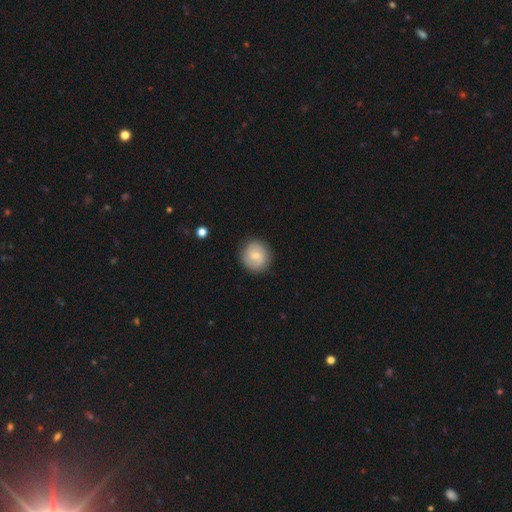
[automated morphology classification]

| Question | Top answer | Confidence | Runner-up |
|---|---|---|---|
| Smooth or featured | smooth | 52% | featured or disk (41%) |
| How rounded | round | 90% | in between (9%) |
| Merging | none | 87% | minor disturbance (9%) |